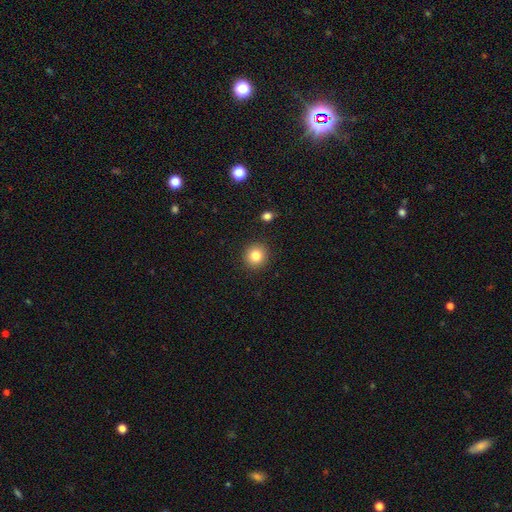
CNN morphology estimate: Q: Smooth or featured?
A: smooth (82%); runner-up: star or artifact (11%)
Q: How rounded?
A: round (91%); runner-up: in between (8%)
Q: Merging?
A: none (90%); runner-up: minor disturbance (6%)